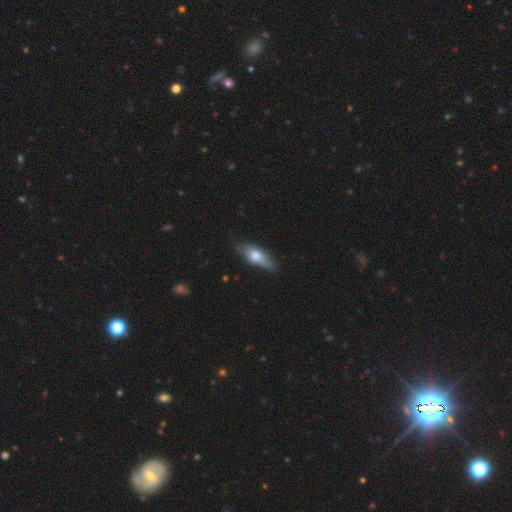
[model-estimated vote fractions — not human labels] smooth_or_featured: smooth (p=0.62) [alt: featured or disk p=0.32]
how_rounded: in between (p=0.63) [alt: cigar-shaped p=0.34]
merging: none (p=0.66) [alt: minor disturbance p=0.26]